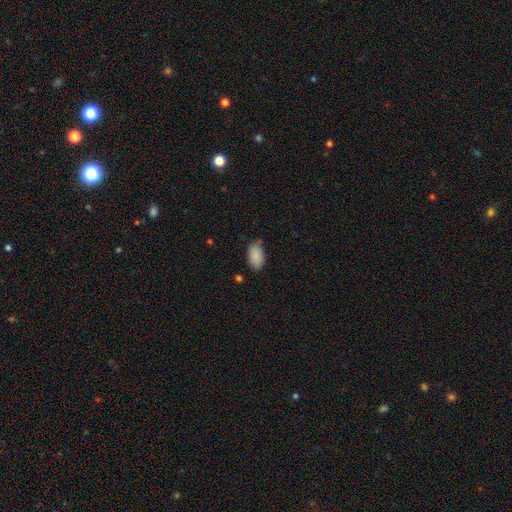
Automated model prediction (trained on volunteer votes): A smooth galaxy with no disk features (89%) that is in between round and cigar-shaped (95%). Merging: none (79%).